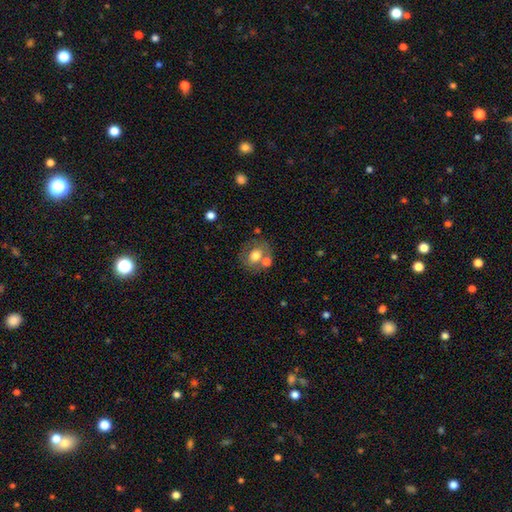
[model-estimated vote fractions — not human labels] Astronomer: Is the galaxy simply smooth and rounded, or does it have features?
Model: smooth — 63%.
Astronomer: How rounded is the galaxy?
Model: round — 59% (runner-up: in between, 40%).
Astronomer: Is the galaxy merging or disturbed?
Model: none — 59%.